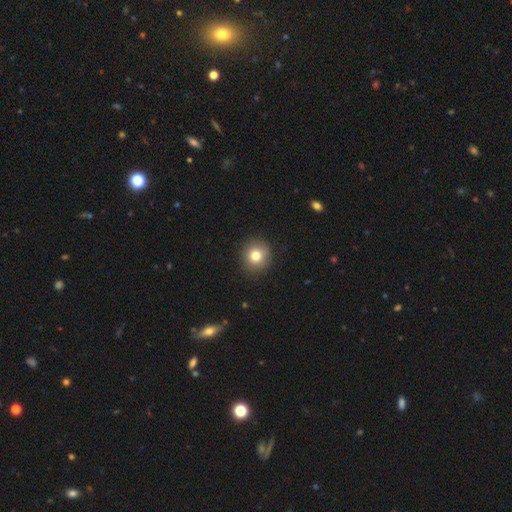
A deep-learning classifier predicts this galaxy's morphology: Overall: smooth (79%). How rounded: round (91%). Merging: none (89%).